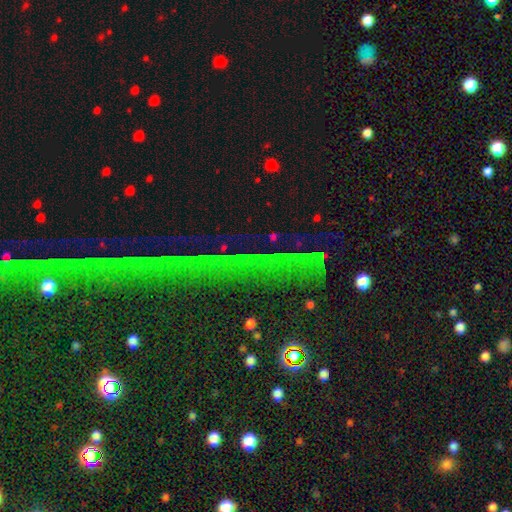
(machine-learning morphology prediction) Smooth or featured? Predicted: star or artifact (p=0.76).